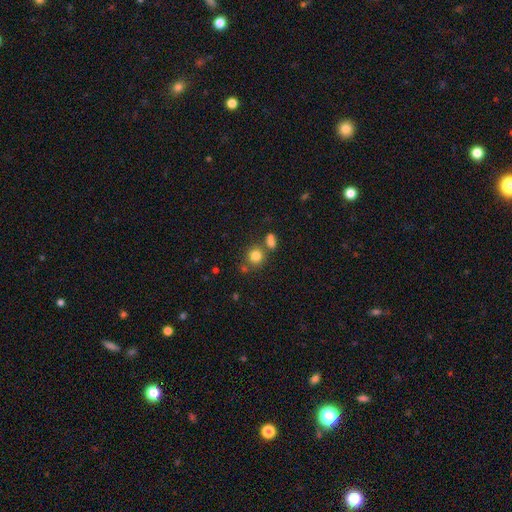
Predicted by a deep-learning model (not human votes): A smooth galaxy with no disk features (80%) that is round (90%). Merging: none (67%).